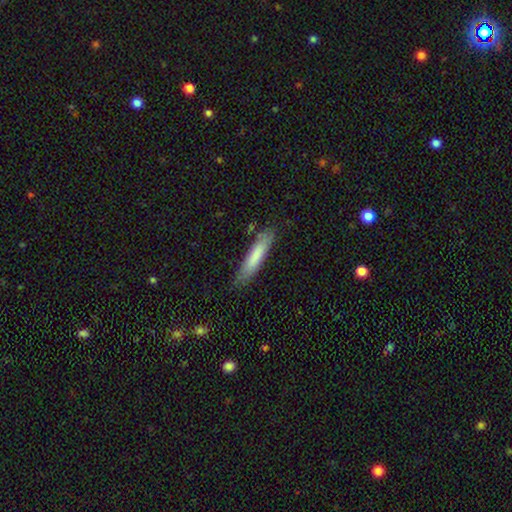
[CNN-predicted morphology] This is likely a smooth galaxy (78%). How rounded: clearly cigar-shaped (84%). Merging: clearly none (81%).